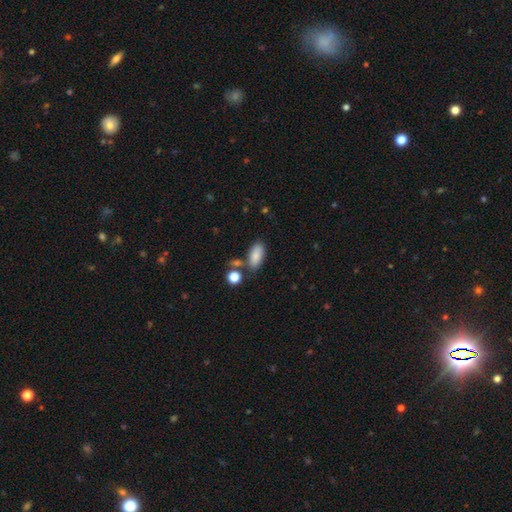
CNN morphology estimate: smooth-or-featured: smooth: 84% | featured or disk: 8% | star or artifact: 8%
  how-rounded: in between: 87% | cigar-shaped: 9% | round: 4%
  merging: none: 64% | minor disturbance: 17% | merger: 13% | major disturbance: 5%